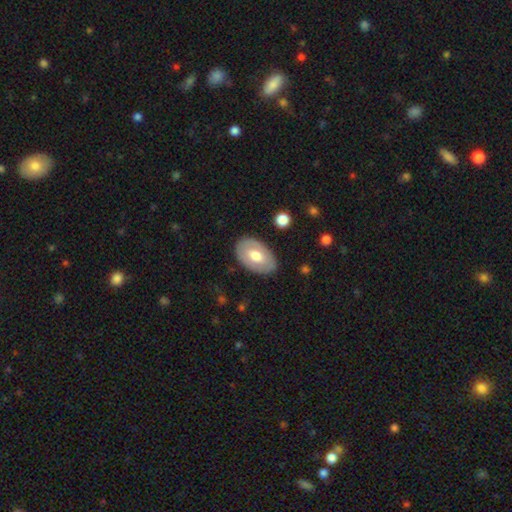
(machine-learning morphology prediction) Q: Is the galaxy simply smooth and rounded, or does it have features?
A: smooth — 54%.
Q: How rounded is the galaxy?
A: in between — 91%.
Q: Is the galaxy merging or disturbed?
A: none — 83%.